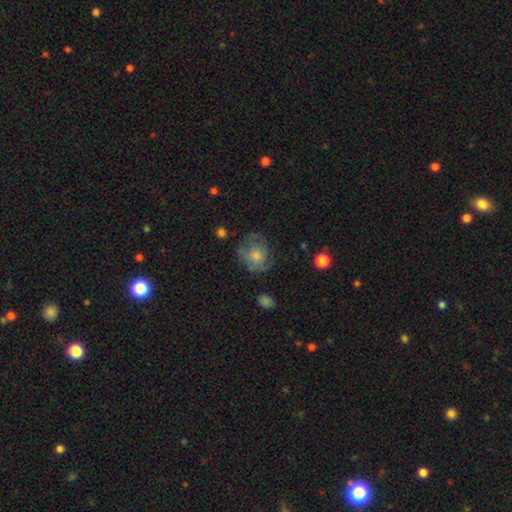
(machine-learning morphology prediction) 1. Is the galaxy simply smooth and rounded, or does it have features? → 52% smooth, 37% featured or disk, 11% star or artifact.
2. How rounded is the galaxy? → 71% round, 28% in between, 1% cigar-shaped.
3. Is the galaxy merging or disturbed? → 64% none, 22% minor disturbance, 12% major disturbance, 2% merger.